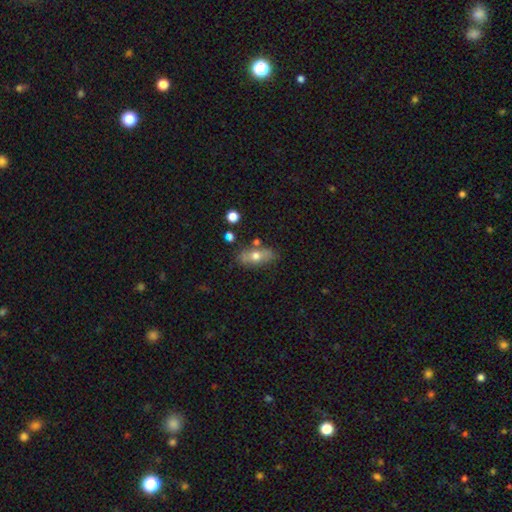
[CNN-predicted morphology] Q: Smooth or featured?
A: smooth (60%); runner-up: featured or disk (32%)
Q: How rounded?
A: in between (77%); runner-up: cigar-shaped (16%)
Q: Merging?
A: none (75%); runner-up: minor disturbance (15%)